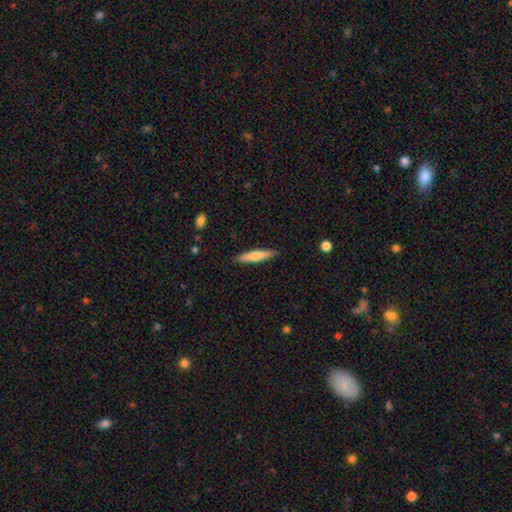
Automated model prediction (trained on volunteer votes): This appears to be a smooth galaxy with no disk features (71%) that is cigar-shaped (89%). Merging: none (89%).